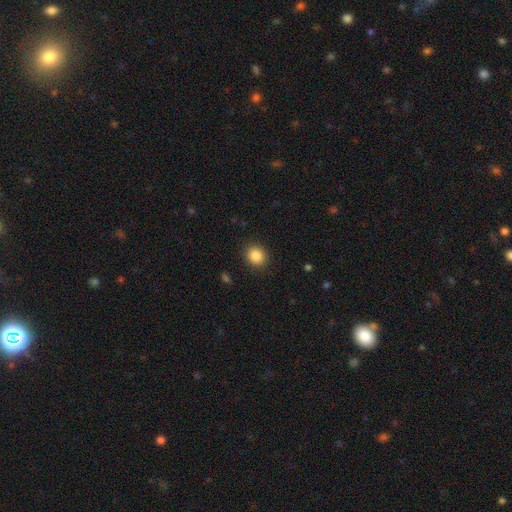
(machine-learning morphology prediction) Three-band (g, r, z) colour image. It shows a smooth galaxy with no disk features (86%) that is round (77%). Merging: none (90%).